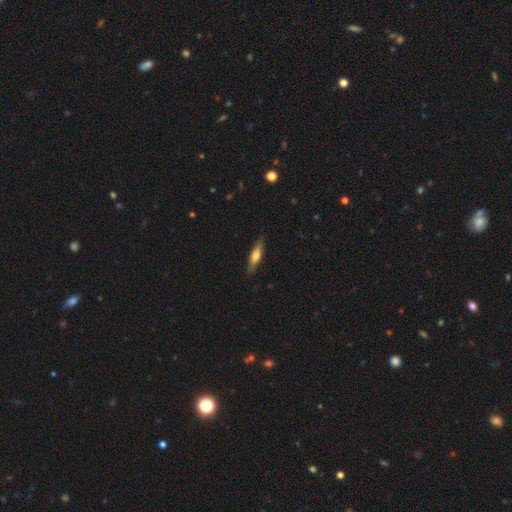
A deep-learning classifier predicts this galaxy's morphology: This appears to be a smooth galaxy with no disk features (58%) that is cigar-shaped (72%). Merging: none (86%).